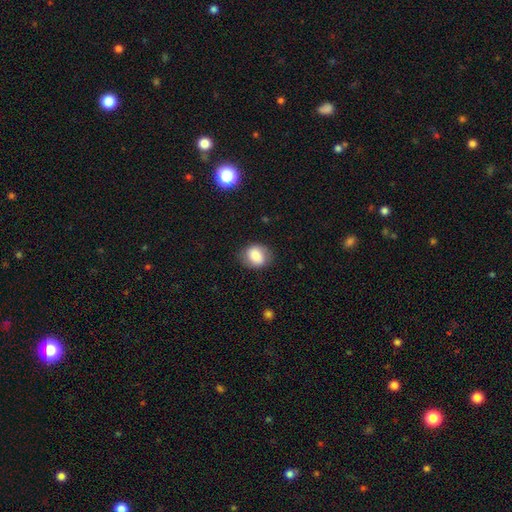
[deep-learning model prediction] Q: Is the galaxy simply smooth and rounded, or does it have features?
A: smooth — 78%.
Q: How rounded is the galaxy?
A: round — 53%.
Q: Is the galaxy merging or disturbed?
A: none — 78%.